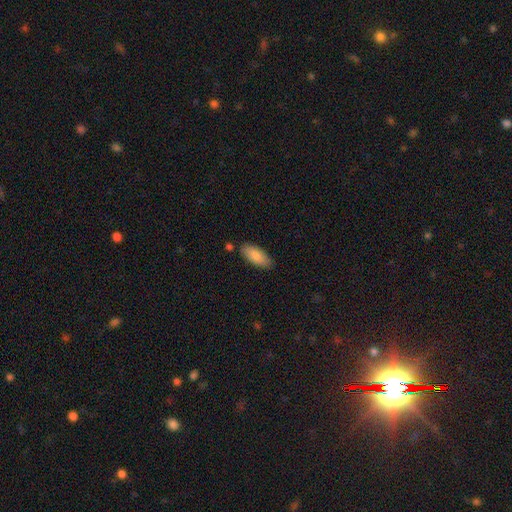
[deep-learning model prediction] This is clearly a smooth galaxy (84%). How rounded: clearly in between (85%). Merging: clearly none (81%).